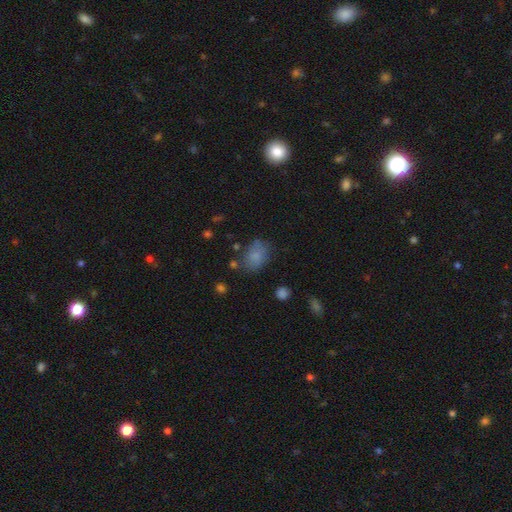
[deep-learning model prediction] smooth 78%, featured or disk 11%, star or artifact 11%. Down the decision tree: how rounded — in between (76%); merging — none (63%).